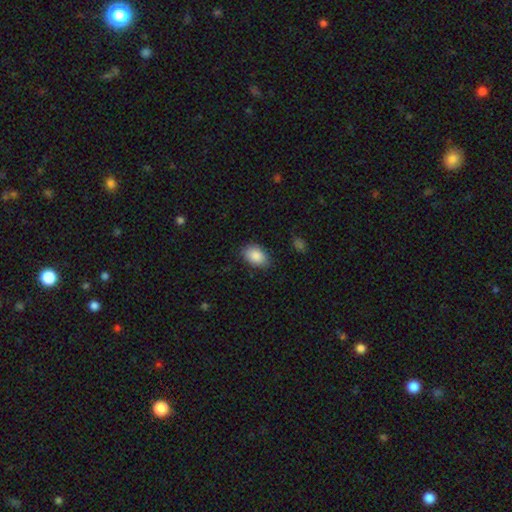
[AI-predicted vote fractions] This appears to be a smooth galaxy with no disk features (88%) that is in between round and cigar-shaped (88%). Merging: none (83%).